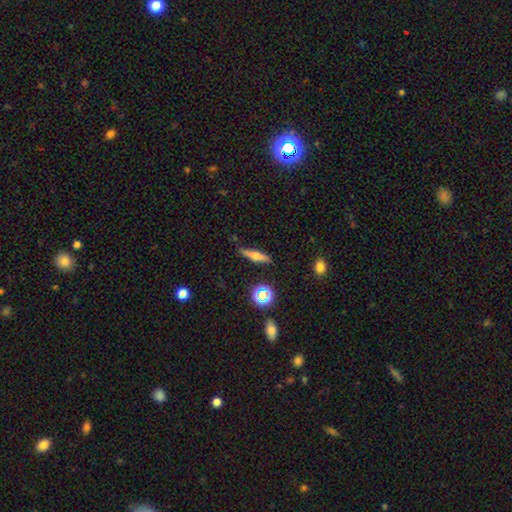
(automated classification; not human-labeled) This appears to be a smooth galaxy with no disk features (49%). Merging: none (81%).